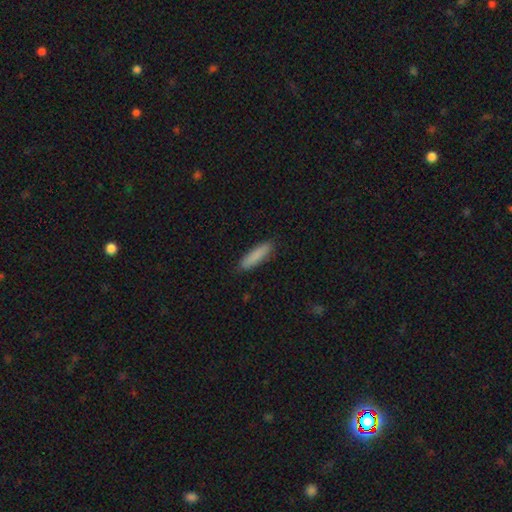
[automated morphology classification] Smooth or featured? smooth (87%)
How rounded? cigar-shaped (75%)
Merging? none (88%)